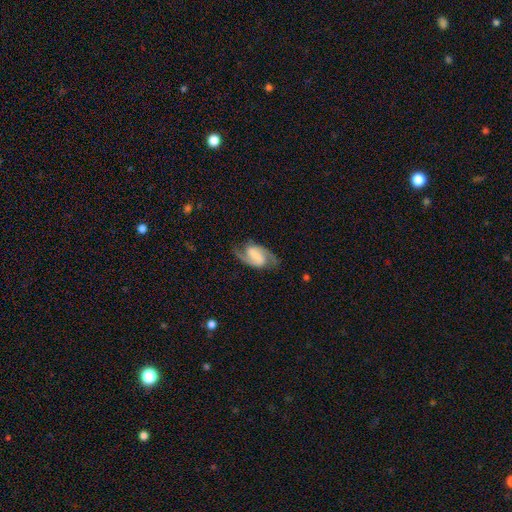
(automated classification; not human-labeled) A featured or disk galaxy (82%) with a strong bar (41%), 2 (93%) medium (51%) spiral arms (96%) and no central bulge (54%).

Vote fractions:
- Smooth or featured? featured or disk: 82% / smooth: 11% / star or artifact: 6%
- Edge-on disk? no: 97% / yes: 3%
- Bar? strong: 41% / weak: 38% / no: 21%
- Spiral arms? yes: 96% / no: 4%
- Spiral winding? medium: 51% / loose: 29% / tight: 19%
- Spiral arm count? 2: 93% / can't tell: 2% / 1: 2% / 3: 1% / 4: 1% / more than 4: 1%
- Bulge size? none: 54% / small: 17% / large: 14% / moderate: 11% / dominant: 4%
- Merging? none: 77% / minor disturbance: 15% / major disturbance: 7% / merger: 2%